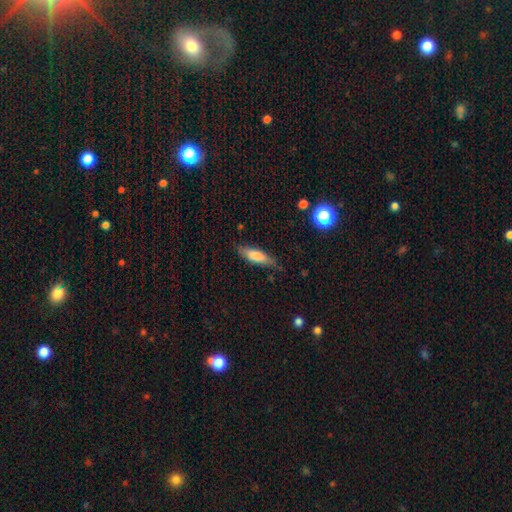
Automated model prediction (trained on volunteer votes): Smooth or featured? Predicted: smooth (p=0.77). How rounded? Predicted: cigar-shaped (p=0.54). Merging? Predicted: none (p=0.78).